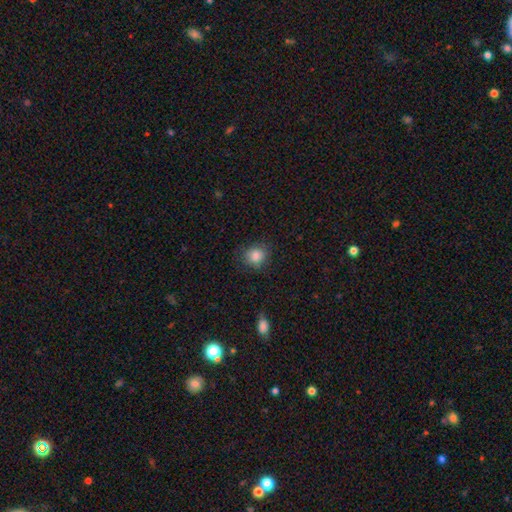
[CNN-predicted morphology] smooth_or_featured: smooth (p=0.85) [alt: star or artifact p=0.10]
how_rounded: round (p=0.74) [alt: in between p=0.25]
merging: none (p=0.81) [alt: minor disturbance p=0.14]